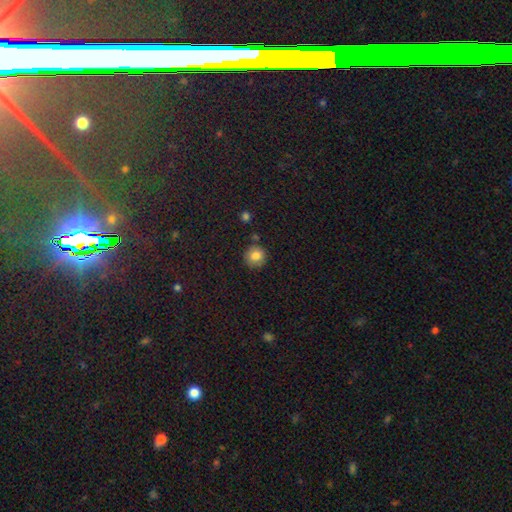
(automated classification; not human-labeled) A smooth galaxy with no disk features (82%) that is round (93%). Merging: none (83%).